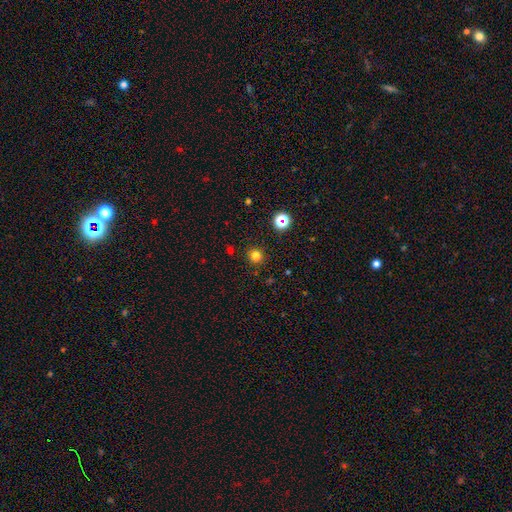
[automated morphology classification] Smooth or featured: smooth — 78% (star or artifact — 17%)
How rounded: round — 94% (in between — 5%)
Merging: none — 91% (minor disturbance — 5%)